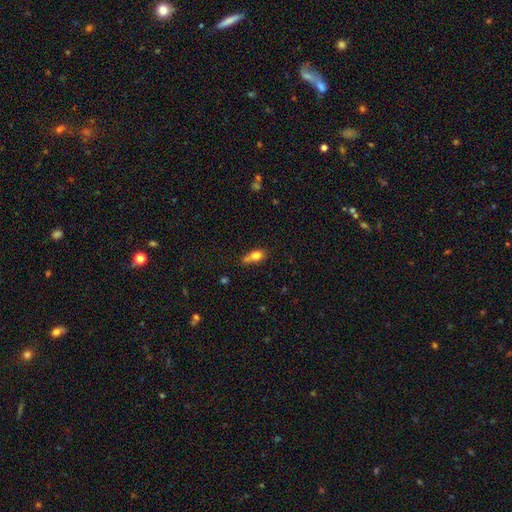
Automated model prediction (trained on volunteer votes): smooth 77%, featured or disk 12%, star or artifact 10%. Down the decision tree: how rounded — in between (69%); merging — none (40%).